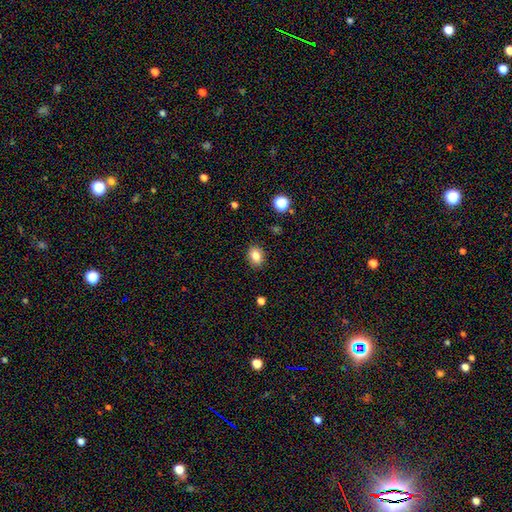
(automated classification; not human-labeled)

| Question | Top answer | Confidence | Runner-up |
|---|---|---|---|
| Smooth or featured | smooth | 82% | star or artifact (10%) |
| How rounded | in between | 63% | round (36%) |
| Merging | none | 88% | minor disturbance (9%) |